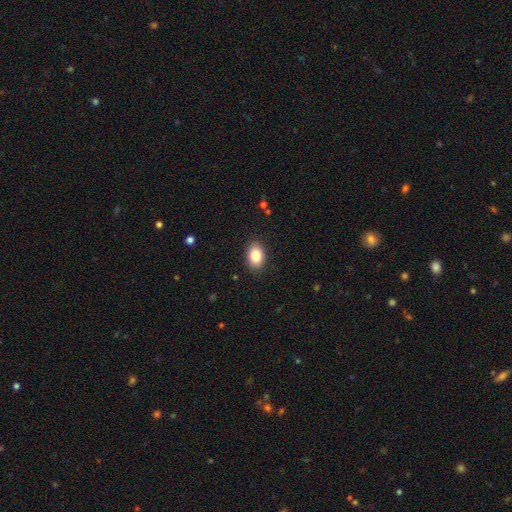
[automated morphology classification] type=smooth (85%); roundness=in between (84%); merging=none (88%).